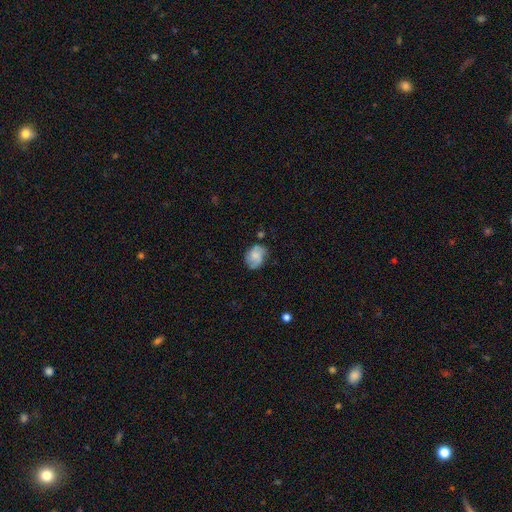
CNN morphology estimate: This appears to be a smooth galaxy with no disk features (57%) that is in between round and cigar-shaped (57%). Merging: none (61%).